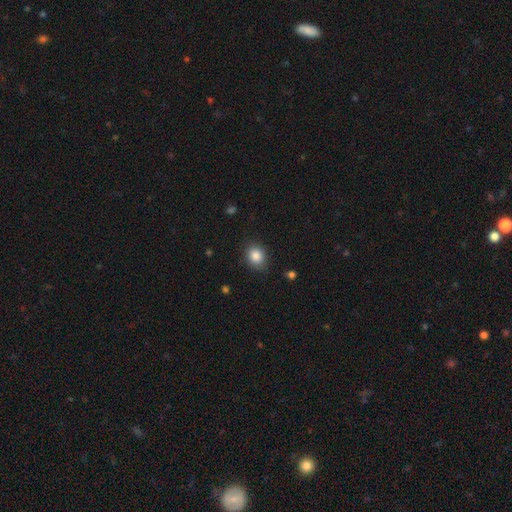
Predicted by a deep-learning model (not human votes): smooth-or-featured: smooth: 86% | star or artifact: 10% | featured or disk: 5%
  how-rounded: round: 63% | in between: 36% | cigar-shaped: 1%
  merging: none: 84% | minor disturbance: 12% | major disturbance: 3% | merger: 1%